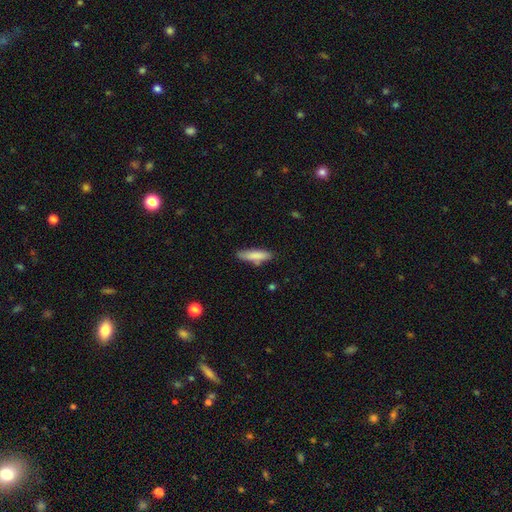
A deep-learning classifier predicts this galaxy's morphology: Smooth or featured?
  - smooth: 83% *
  - featured or disk: 11%
  - star or artifact: 6%
How rounded?
  - cigar-shaped: 66% *
  - in between: 32%
  - round: 2%
Merging?
  - none: 74% *
  - minor disturbance: 18%
  - merger: 5%
  - major disturbance: 3%